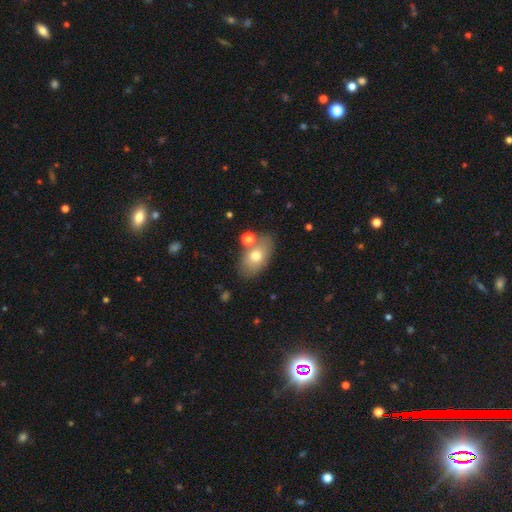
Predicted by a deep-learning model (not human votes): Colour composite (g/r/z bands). It shows a smooth galaxy with no disk features (72%) that is in between round and cigar-shaped (88%). Merging: none (71%).